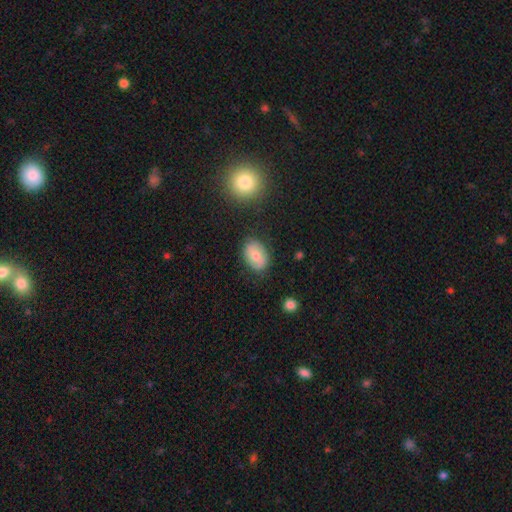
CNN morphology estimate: This appears to be a smooth galaxy with no disk features (71%) that is in between round and cigar-shaped (80%). Merging: none (81%).